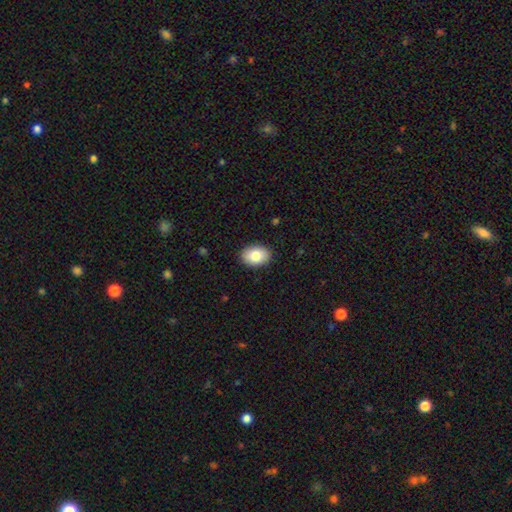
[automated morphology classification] This appears to be a smooth galaxy with no disk features (82%) that is in between round and cigar-shaped (80%). Merging: none (90%).